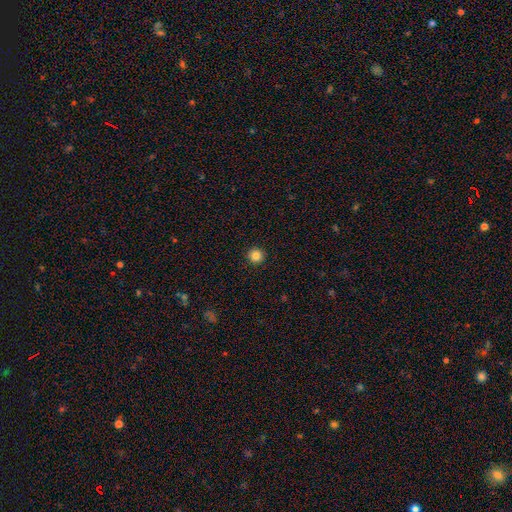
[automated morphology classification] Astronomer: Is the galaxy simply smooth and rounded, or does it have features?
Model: smooth — 84%.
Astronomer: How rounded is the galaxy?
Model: round — 96%.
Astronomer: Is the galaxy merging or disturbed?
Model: none — 93%.